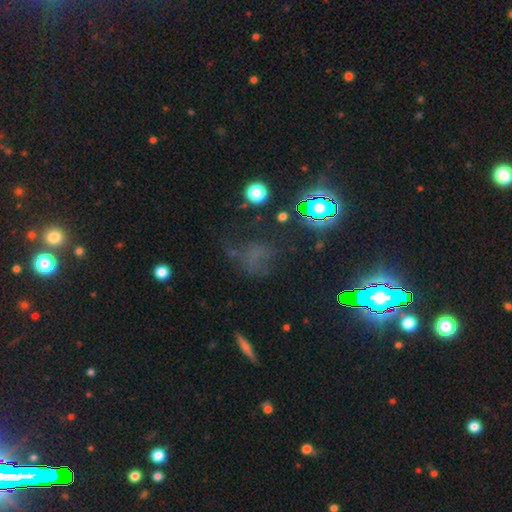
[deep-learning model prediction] This is marginally a star or artifact rather than a galaxy (43%).